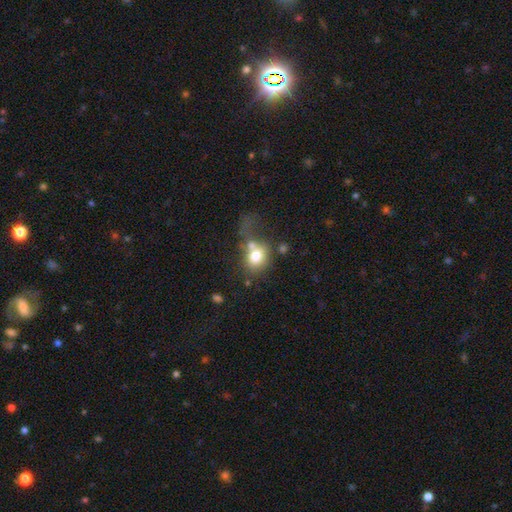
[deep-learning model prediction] Smooth or featured: smooth — 74% (featured or disk — 17%)
How rounded: in between — 53% (round — 46%)
Merging: merger — 32% (major disturbance — 27%)